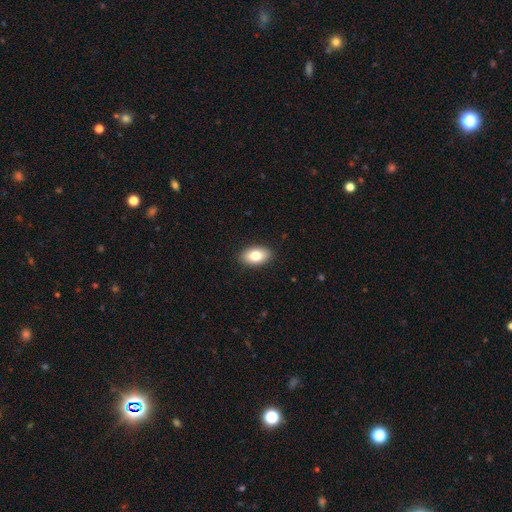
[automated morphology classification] A smooth galaxy with no disk features (80%) that is in between round and cigar-shaped (92%). Merging: none (90%).